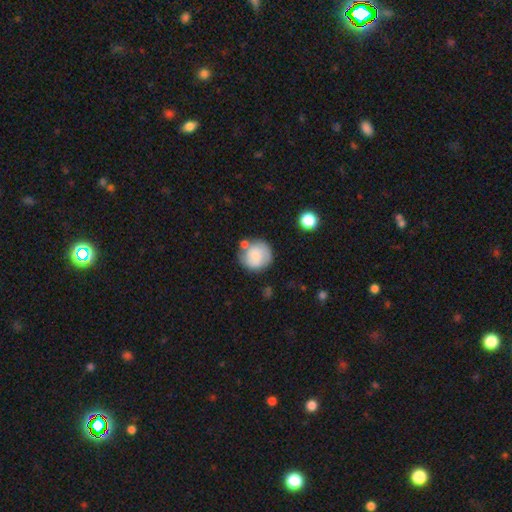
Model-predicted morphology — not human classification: A smooth galaxy with no disk features (72%) that is round (88%). Merging: none (60%).